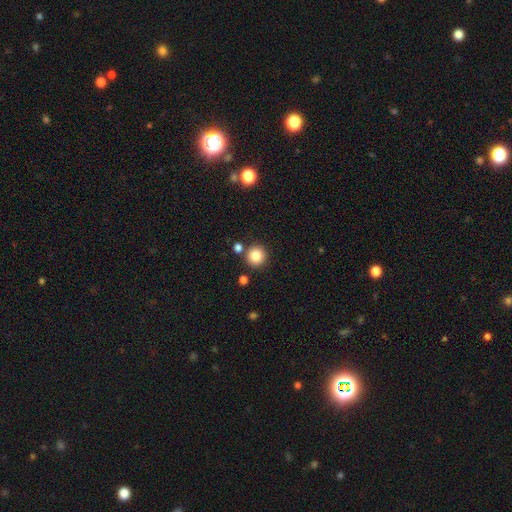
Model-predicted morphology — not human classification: Overall: smooth (84%). How rounded: round (94%). Merging: none (84%).